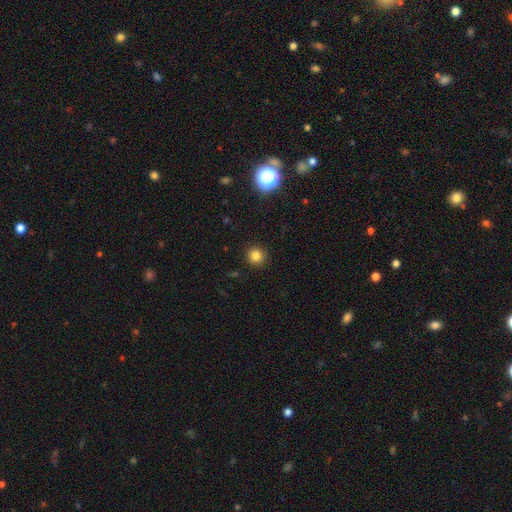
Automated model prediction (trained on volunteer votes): The model was most divided on "smooth or featured": smooth: 81%, star or artifact: 14%, featured or disk: 5%. More confident: how rounded — round (94%); merging — none (92%).